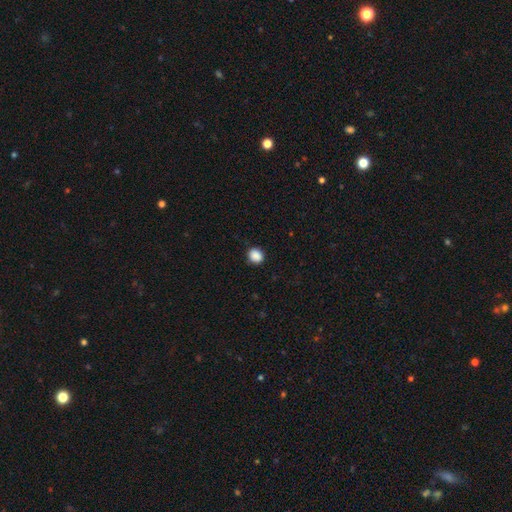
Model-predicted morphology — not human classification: A smooth galaxy with no disk features (89%) that is round (78%).

Vote fractions:
- Smooth or featured? smooth: 89% / star or artifact: 9% / featured or disk: 2%
- How rounded? round: 78% / in between: 21% / cigar-shaped: 1%
- Merging? none: 89% / minor disturbance: 8% / major disturbance: 2% / merger: 1%